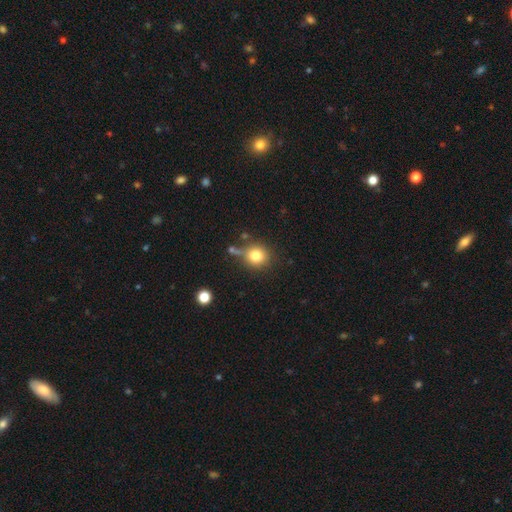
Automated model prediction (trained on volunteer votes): Smooth or featured? smooth (79%)
How rounded? round (89%)
Merging? none (66%)